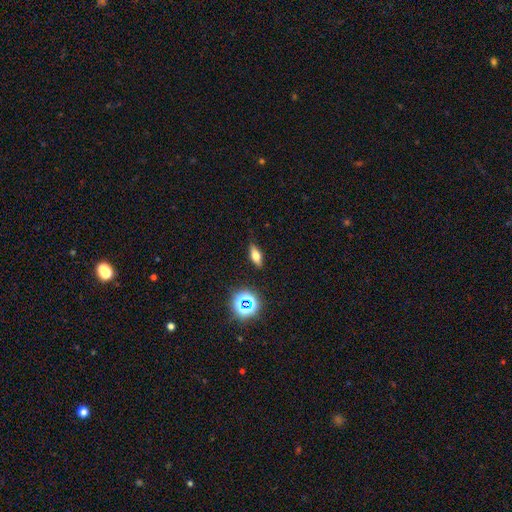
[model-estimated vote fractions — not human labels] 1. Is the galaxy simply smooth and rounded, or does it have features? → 58% smooth, 27% featured or disk, 15% star or artifact.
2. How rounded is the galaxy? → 62% in between, 30% cigar-shaped, 8% round.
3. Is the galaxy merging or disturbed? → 87% none, 9% minor disturbance, 2% major disturbance, 1% merger.